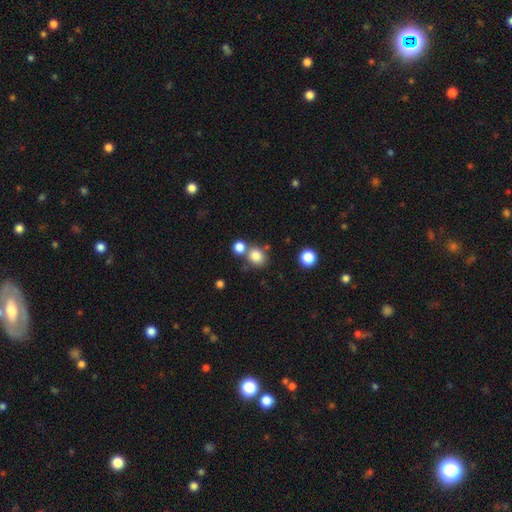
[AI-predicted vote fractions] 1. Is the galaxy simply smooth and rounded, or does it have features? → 81% smooth, 12% star or artifact, 7% featured or disk.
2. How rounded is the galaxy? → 73% round, 26% in between, 1% cigar-shaped.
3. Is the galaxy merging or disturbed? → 62% none, 25% merger, 9% minor disturbance, 4% major disturbance.